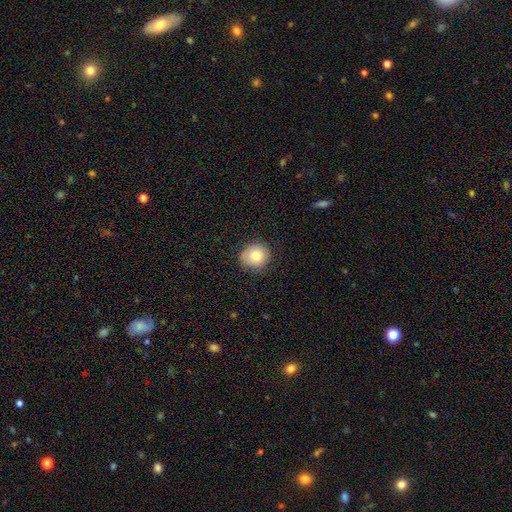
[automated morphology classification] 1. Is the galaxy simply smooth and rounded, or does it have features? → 80% smooth, 11% featured or disk, 9% star or artifact.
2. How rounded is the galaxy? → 89% round, 10% in between, 1% cigar-shaped.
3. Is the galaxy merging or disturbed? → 85% none, 12% minor disturbance, 3% major disturbance, 1% merger.